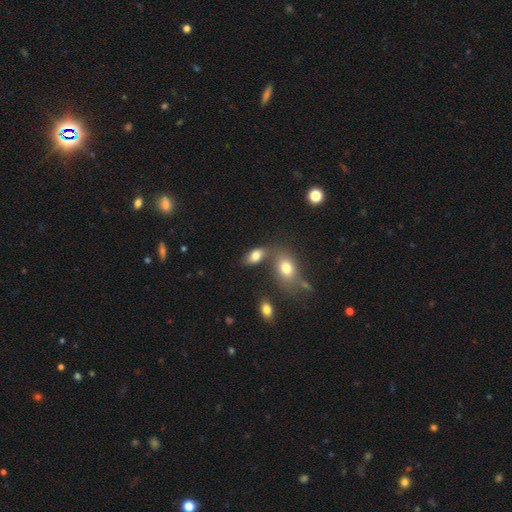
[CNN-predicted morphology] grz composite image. It shows a smooth galaxy with no disk features (79%) that is in between round and cigar-shaped (88%). Merging: none (50%).